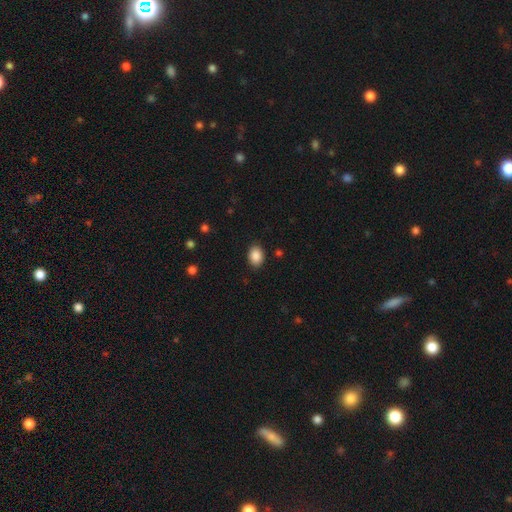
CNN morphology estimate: smooth_or_featured: smooth (p=0.88) [alt: star or artifact p=0.08]
how_rounded: in between (p=0.76) [alt: round p=0.23]
merging: none (p=0.88) [alt: minor disturbance p=0.09]